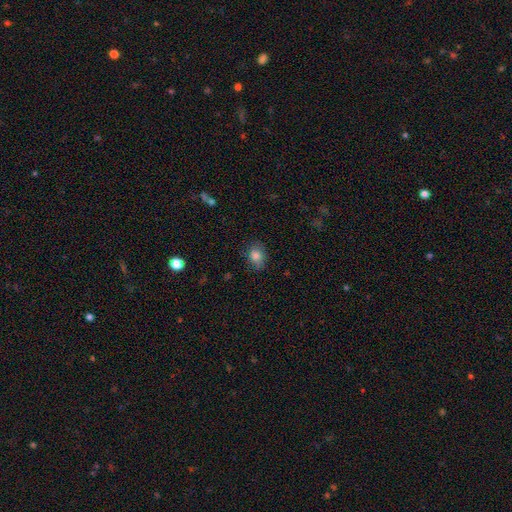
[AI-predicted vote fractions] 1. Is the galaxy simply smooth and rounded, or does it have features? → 82% smooth, 10% star or artifact, 8% featured or disk.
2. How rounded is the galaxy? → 63% in between, 36% round, 1% cigar-shaped.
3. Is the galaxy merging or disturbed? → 75% none, 19% minor disturbance, 4% major disturbance, 1% merger.